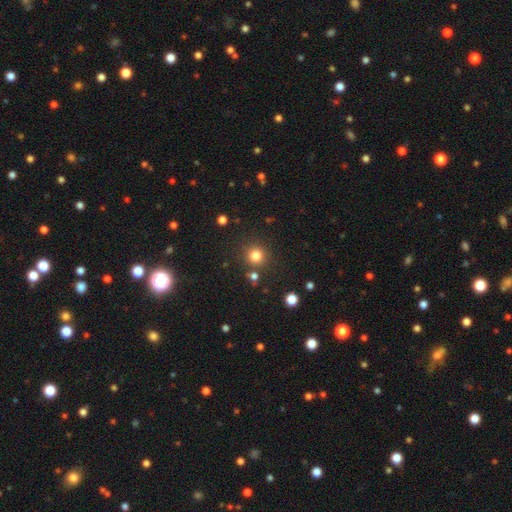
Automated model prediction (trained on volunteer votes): Q: Smooth or featured?
A: smooth (80%); runner-up: star or artifact (15%)
Q: How rounded?
A: round (93%); runner-up: in between (6%)
Q: Merging?
A: none (83%); runner-up: minor disturbance (7%)